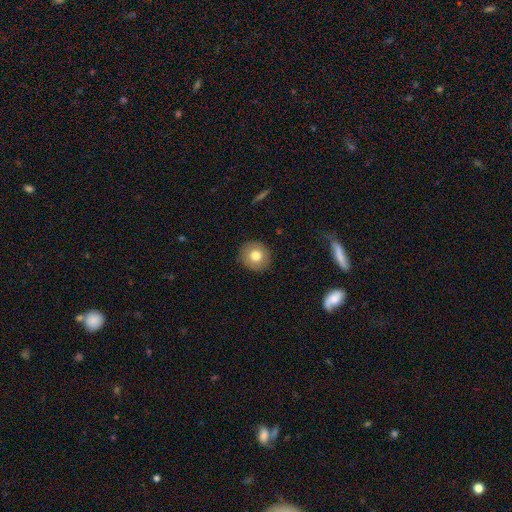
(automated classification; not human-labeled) Morphology: type=smooth (77%); roundness=round (88%); merging=none (90%).